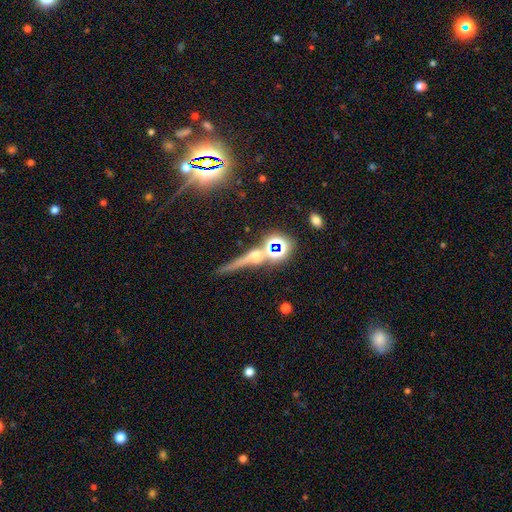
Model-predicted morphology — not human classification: Overall: star or artifact (40%; featured or disk 35%).